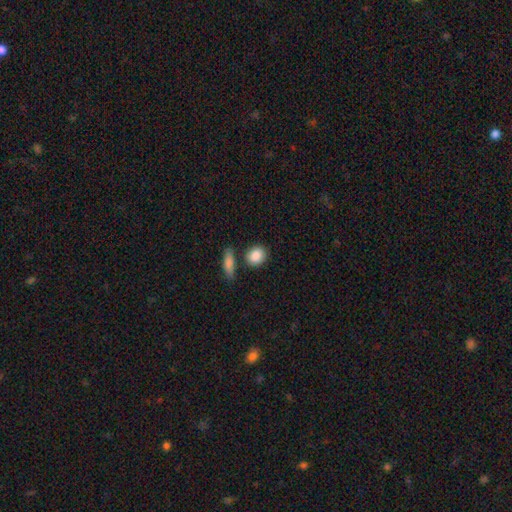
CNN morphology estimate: smooth_or_featured: smooth (p=0.88) [alt: star or artifact p=0.07]
how_rounded: round (p=0.54) [alt: in between p=0.43]
merging: none (p=0.73) [alt: minor disturbance p=0.12]